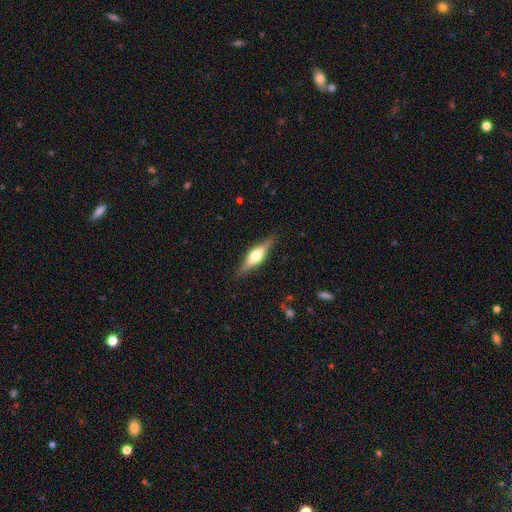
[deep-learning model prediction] smooth_or_featured: featured or disk (p=0.64) [alt: smooth p=0.29]
disk_edge_on: yes (p=0.96) [alt: no p=0.04]
edge_on_bulge: rounded (p=0.90) [alt: boxy p=0.08]
merging: none (p=0.87) [alt: minor disturbance p=0.09]